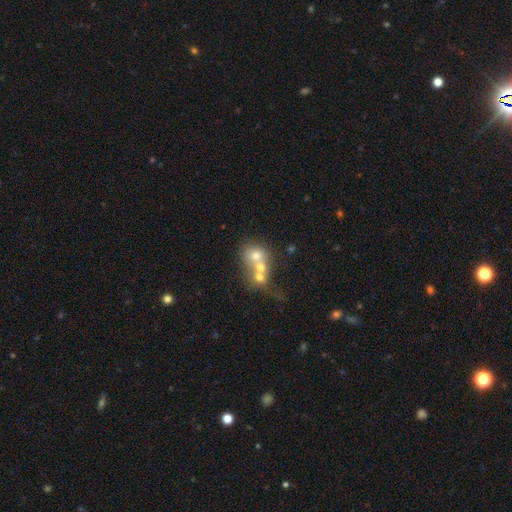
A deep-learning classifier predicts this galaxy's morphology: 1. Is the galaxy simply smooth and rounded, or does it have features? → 59% smooth, 28% featured or disk, 13% star or artifact.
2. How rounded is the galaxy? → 69% round, 30% in between, 1% cigar-shaped.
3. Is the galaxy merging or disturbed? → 65% merger, 23% none, 6% minor disturbance, 5% major disturbance.